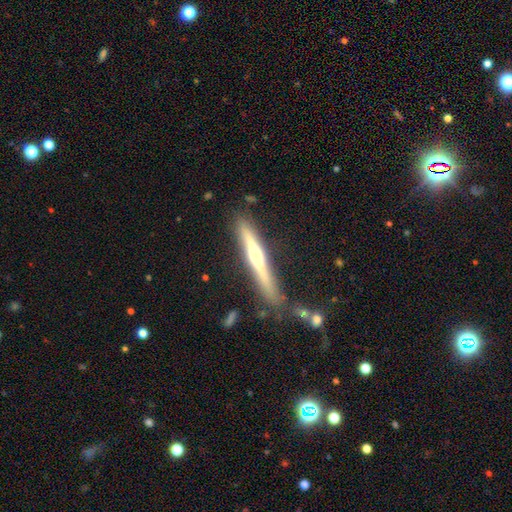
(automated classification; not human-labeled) Smooth or featured? featured or disk (66%)
Edge-on disk? yes (96%)
Edge-on bulge? rounded (81%)
Merging? none (80%)